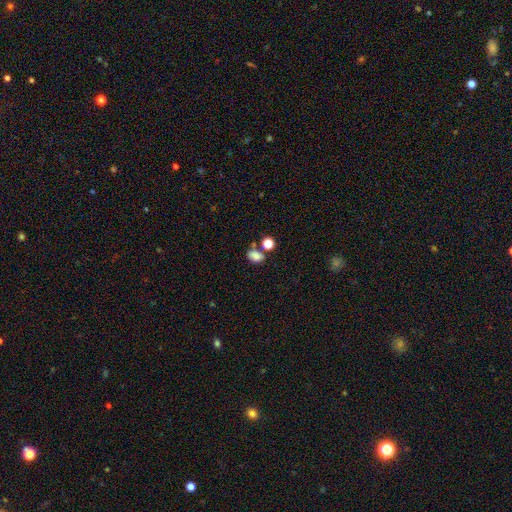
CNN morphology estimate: This is likely a smooth galaxy (80%). How rounded: likely in between (75%). Merging: possibly none (53%).